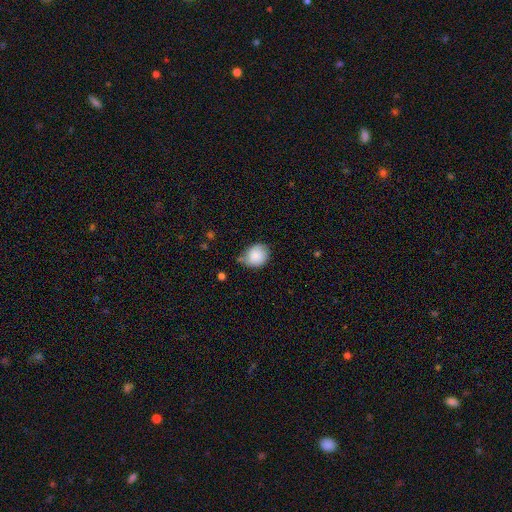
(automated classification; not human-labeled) Smooth or featured: smooth — 83% (featured or disk — 9%)
How rounded: round — 67% (in between — 32%)
Merging: none — 48% (minor disturbance — 40%)